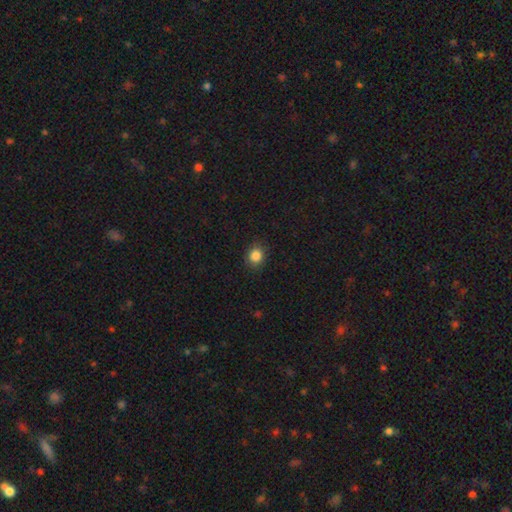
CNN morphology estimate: A smooth galaxy with no disk features (86%) that is round (78%). Merging: none (87%).